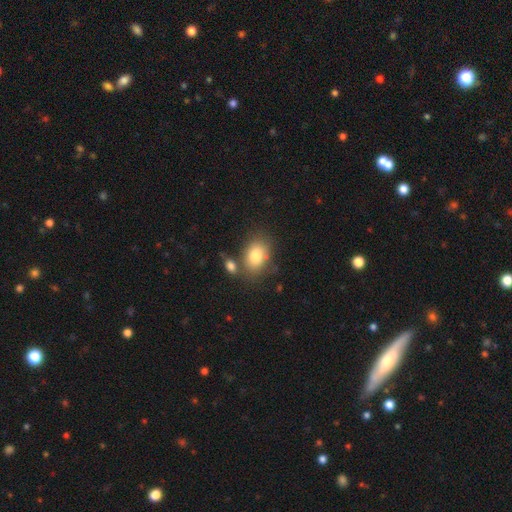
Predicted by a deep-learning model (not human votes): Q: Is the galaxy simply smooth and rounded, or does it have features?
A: smooth — 81%.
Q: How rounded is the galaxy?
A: in between — 73%.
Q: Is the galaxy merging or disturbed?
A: none — 65%.